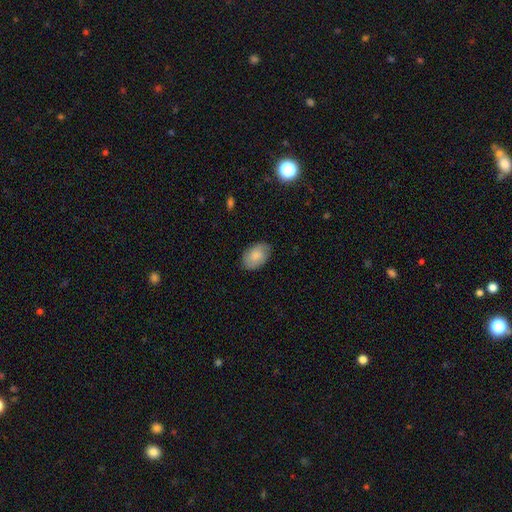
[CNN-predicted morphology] smooth_or_featured: smooth (p=0.72) [alt: featured or disk p=0.21]
how_rounded: in between (p=0.87) [alt: round p=0.12]
merging: none (p=0.81) [alt: minor disturbance p=0.15]